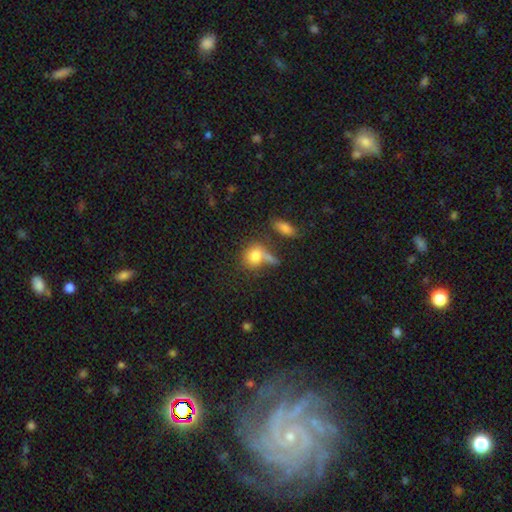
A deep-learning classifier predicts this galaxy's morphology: smooth_or_featured: smooth (p=0.79) [alt: featured or disk p=0.11]
how_rounded: round (p=0.59) [alt: in between p=0.39]
merging: none (p=0.46) [alt: merger p=0.29]